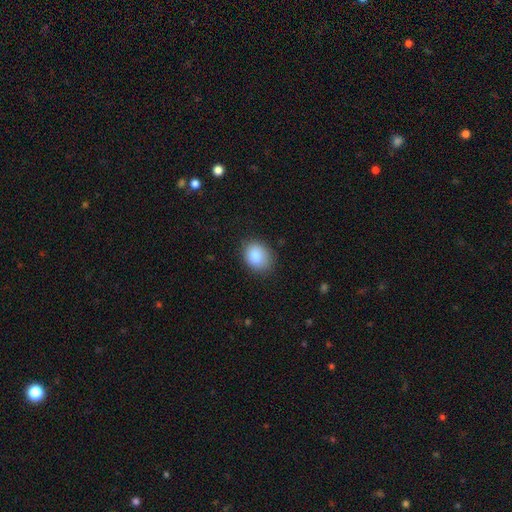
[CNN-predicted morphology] This appears to be a smooth galaxy with no disk features (87%) that is in between round and cigar-shaped (58%). Merging: none (79%).